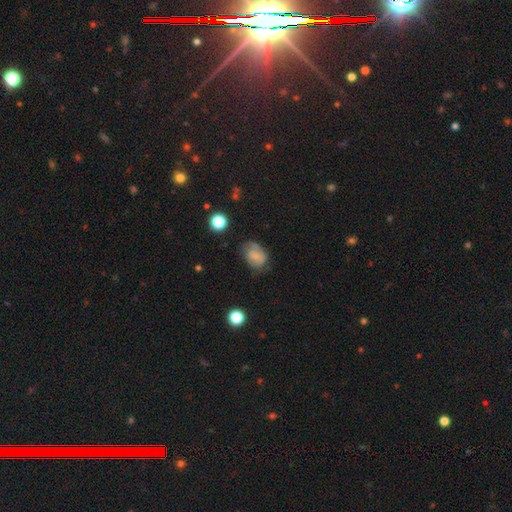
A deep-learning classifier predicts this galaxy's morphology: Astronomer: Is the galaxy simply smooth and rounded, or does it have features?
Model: smooth — 60%.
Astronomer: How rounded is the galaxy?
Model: in between — 71%.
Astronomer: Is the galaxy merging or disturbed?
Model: none — 54% (runner-up: minor disturbance, 30%).